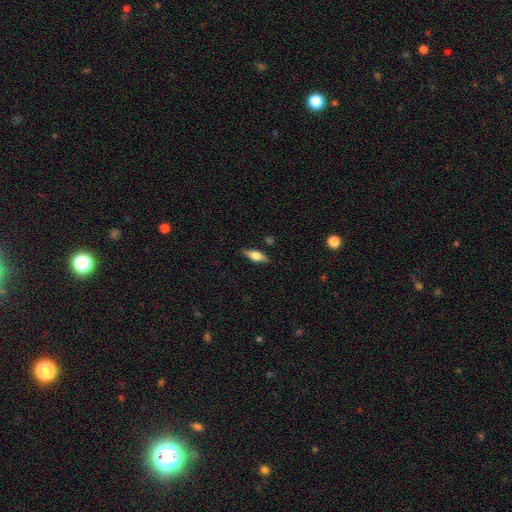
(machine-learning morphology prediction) This is possibly a featured or disk galaxy (47%). Merging: clearly none (86%).